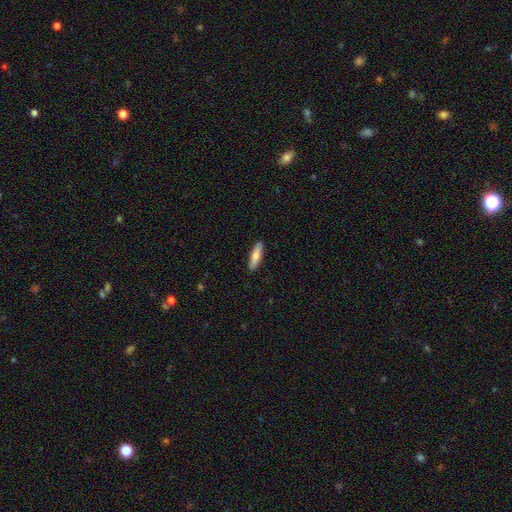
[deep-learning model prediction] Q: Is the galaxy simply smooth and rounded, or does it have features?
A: smooth — 77%.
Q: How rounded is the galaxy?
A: cigar-shaped — 68%.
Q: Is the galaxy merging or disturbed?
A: none — 90%.